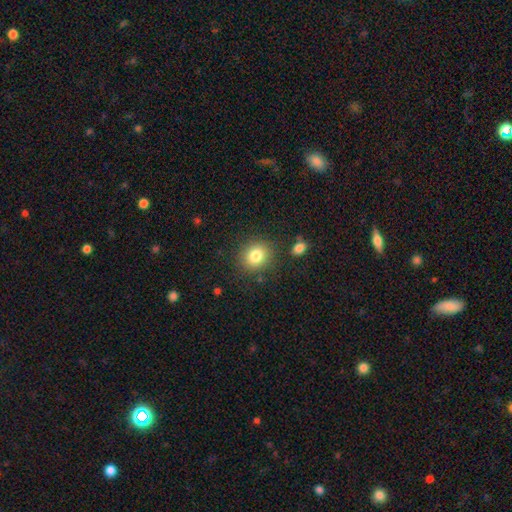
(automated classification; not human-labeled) Morphology: type=smooth (82%); roundness=round (73%); merging=none (84%).